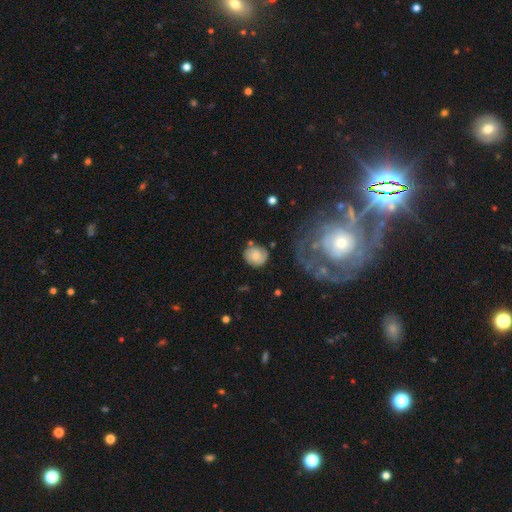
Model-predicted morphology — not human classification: Overall: smooth (62%; featured or disk 29%). How rounded: round (75%). Merging: none (70%).